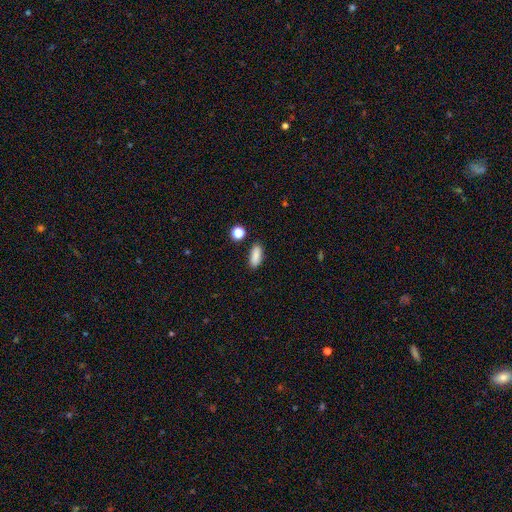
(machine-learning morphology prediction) Smooth or featured?
  - smooth: 87% *
  - star or artifact: 8%
  - featured or disk: 5%
How rounded?
  - in between: 77% *
  - cigar-shaped: 19%
  - round: 4%
Merging?
  - none: 85% *
  - minor disturbance: 9%
  - merger: 3%
  - major disturbance: 3%